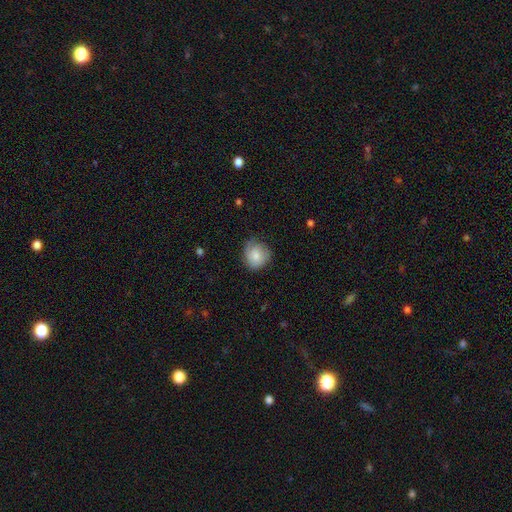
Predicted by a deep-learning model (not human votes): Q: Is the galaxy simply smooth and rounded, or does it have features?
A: smooth — 79%.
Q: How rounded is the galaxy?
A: round — 81%.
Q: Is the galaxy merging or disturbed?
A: none — 65%.